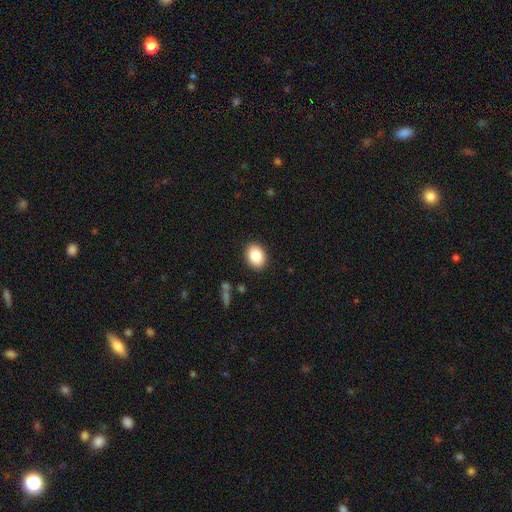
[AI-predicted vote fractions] Smooth or featured: smooth — 85% (star or artifact — 8%)
How rounded: in between — 68% (round — 31%)
Merging: none — 89% (minor disturbance — 8%)